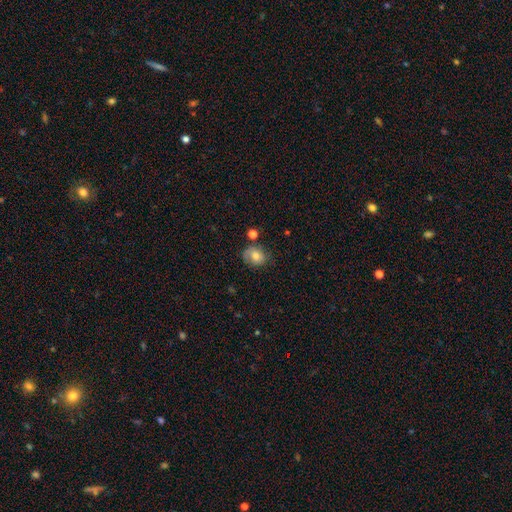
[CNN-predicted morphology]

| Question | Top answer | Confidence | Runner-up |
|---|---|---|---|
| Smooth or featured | smooth | 68% | featured or disk (22%) |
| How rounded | round | 56% | in between (43%) |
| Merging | none | 60% | minor disturbance (24%) |